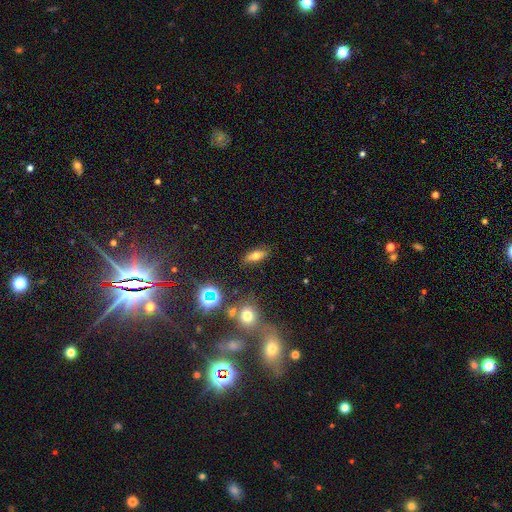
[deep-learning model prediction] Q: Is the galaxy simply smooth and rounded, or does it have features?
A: smooth — 63%.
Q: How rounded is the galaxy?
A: in between — 69%.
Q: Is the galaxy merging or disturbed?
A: none — 85%.